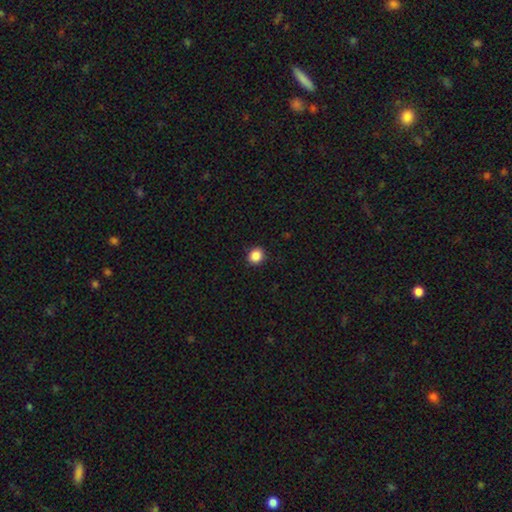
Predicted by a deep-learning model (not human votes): The model was most divided on "how rounded": round: 78%, in between: 21%, cigar-shaped: 1%. More confident: merging — none (90%); smooth or featured — smooth (87%).